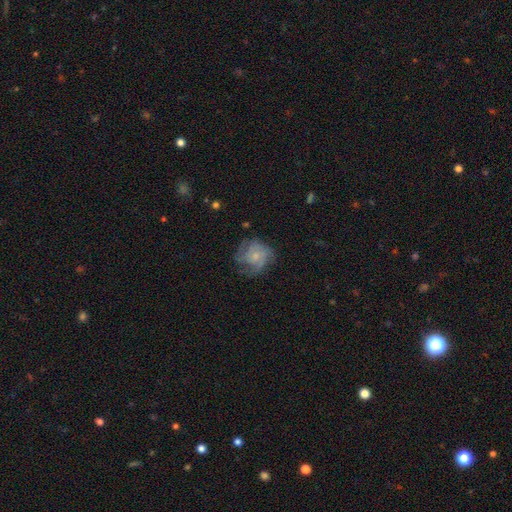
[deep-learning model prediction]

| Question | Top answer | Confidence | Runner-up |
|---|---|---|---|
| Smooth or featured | featured or disk | 64% | smooth (27%) |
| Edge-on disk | no | 98% | yes (2%) |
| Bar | no | 75% | weak (22%) |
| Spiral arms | yes | 88% | no (12%) |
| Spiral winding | tight | 45% | medium (41%) |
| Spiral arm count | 3 | 30% | tied: can't tell (30%) |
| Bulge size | small | 63% | moderate (26%) |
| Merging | none | 62% | minor disturbance (23%) |